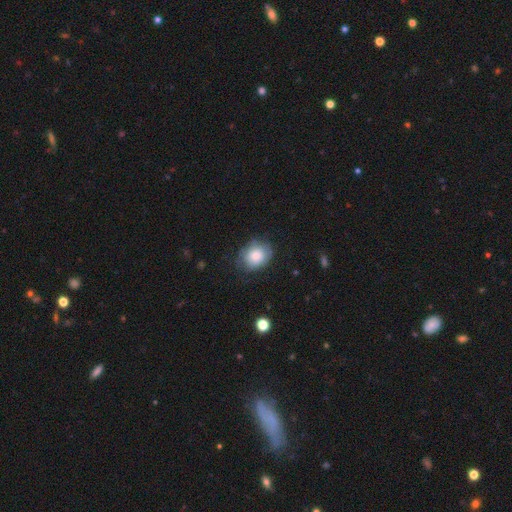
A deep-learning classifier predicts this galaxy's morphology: A smooth galaxy with no disk features (74%) that is round (55%). Merging: none (71%).